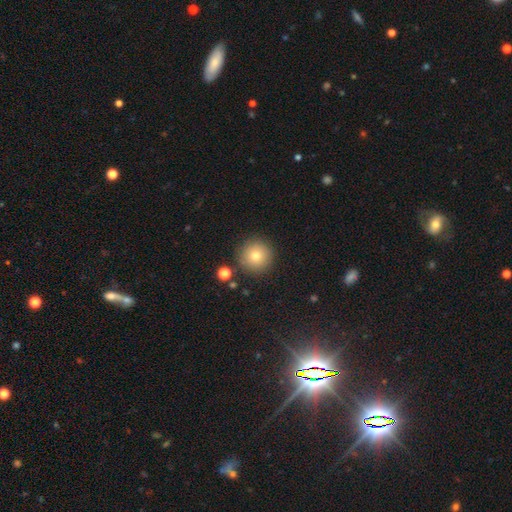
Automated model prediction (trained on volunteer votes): Smooth or featured? Predicted: smooth (p=0.78). How rounded? Predicted: round (p=0.96). Merging? Predicted: none (p=0.88).